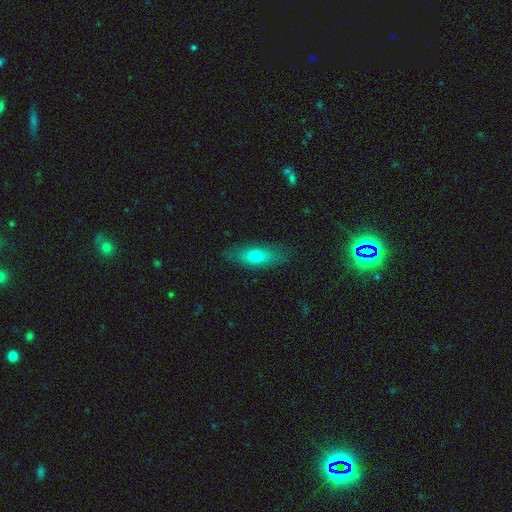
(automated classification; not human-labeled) smooth_or_featured: smooth (p=0.68) [alt: featured or disk p=0.25]
how_rounded: in between (p=0.60) [alt: cigar-shaped p=0.36]
merging: none (p=0.83) [alt: minor disturbance p=0.12]